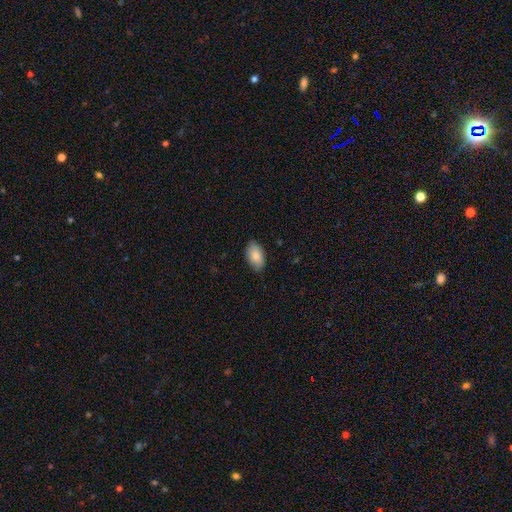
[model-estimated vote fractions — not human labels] smooth-or-featured: smooth: 85% | featured or disk: 8% | star or artifact: 6%
  how-rounded: in between: 95% | round: 4% | cigar-shaped: 2%
  merging: none: 86% | minor disturbance: 11% | major disturbance: 2% | merger: 1%